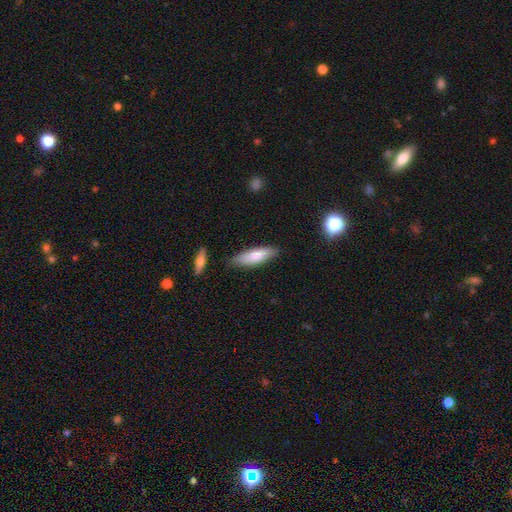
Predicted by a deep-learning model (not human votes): This is likely a smooth galaxy (78%). How rounded: possibly cigar-shaped (53%). Merging: likely none (78%).